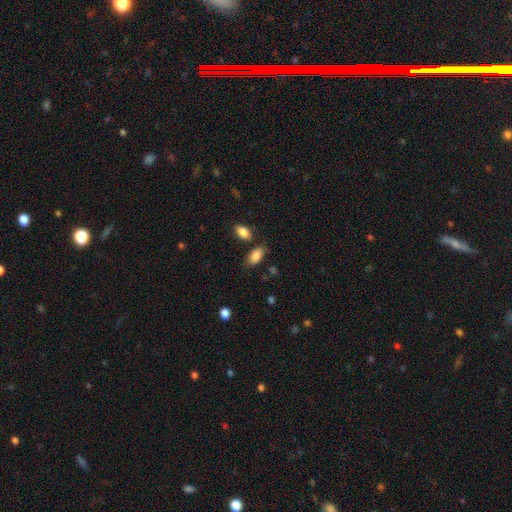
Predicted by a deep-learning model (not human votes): A smooth galaxy with no disk features (86%) that is in between round and cigar-shaped (92%). Merging: none (72%).